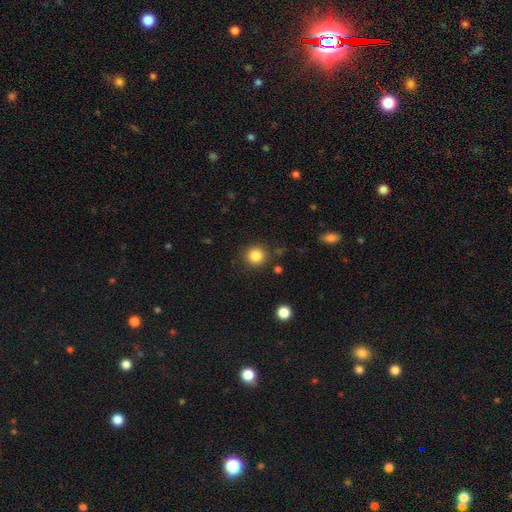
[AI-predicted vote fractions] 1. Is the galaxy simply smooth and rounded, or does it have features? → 84% smooth, 11% star or artifact, 5% featured or disk.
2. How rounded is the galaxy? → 93% round, 6% in between, 1% cigar-shaped.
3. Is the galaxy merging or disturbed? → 89% none, 7% minor disturbance, 2% major disturbance, 2% merger.